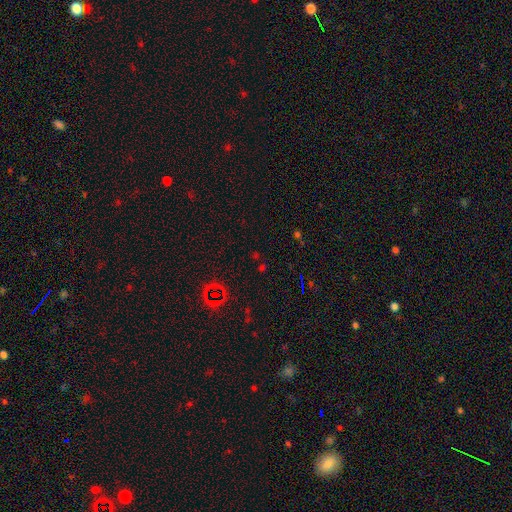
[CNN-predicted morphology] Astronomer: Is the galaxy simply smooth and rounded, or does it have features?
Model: star or artifact — 67%.